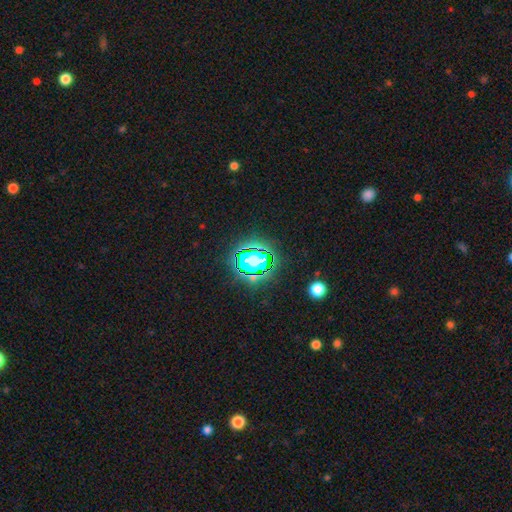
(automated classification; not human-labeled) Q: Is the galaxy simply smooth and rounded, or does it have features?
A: star or artifact — 79%.